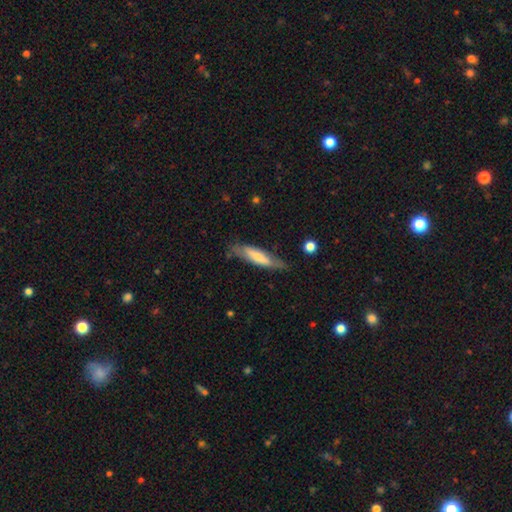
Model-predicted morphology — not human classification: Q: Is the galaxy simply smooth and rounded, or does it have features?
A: smooth — 55%.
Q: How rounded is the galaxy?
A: cigar-shaped — 75%.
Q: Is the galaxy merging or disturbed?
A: none — 71%.